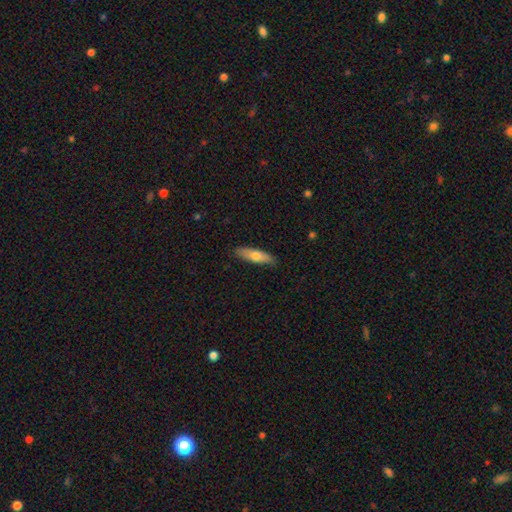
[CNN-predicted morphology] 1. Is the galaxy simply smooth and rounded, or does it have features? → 65% smooth, 29% featured or disk, 6% star or artifact.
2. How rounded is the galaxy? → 54% cigar-shaped, 44% in between, 2% round.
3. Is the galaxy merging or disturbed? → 86% none, 11% minor disturbance, 2% major disturbance, 1% merger.